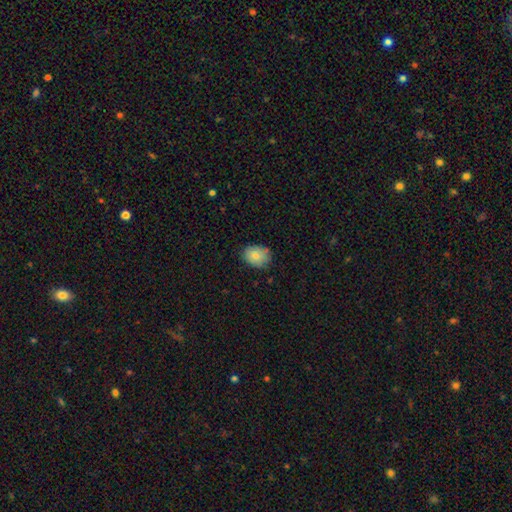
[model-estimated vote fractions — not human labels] A smooth galaxy with no disk features (77%) that is in between round and cigar-shaped (60%). Merging: none (72%).